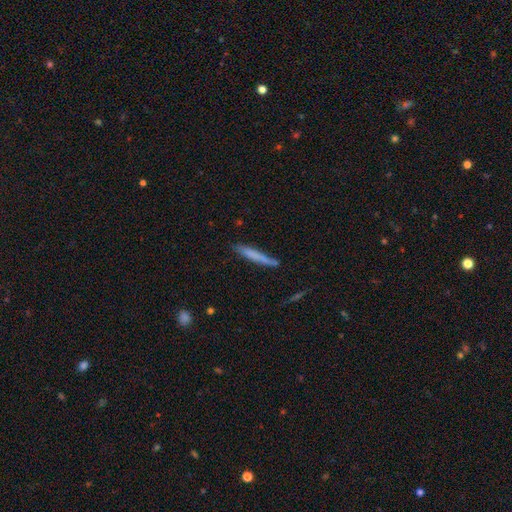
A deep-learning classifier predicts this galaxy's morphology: smooth_or_featured: smooth (p=0.68) [alt: featured or disk p=0.26]
how_rounded: cigar-shaped (p=0.95) [alt: in between p=0.03]
merging: none (p=0.77) [alt: minor disturbance p=0.16]